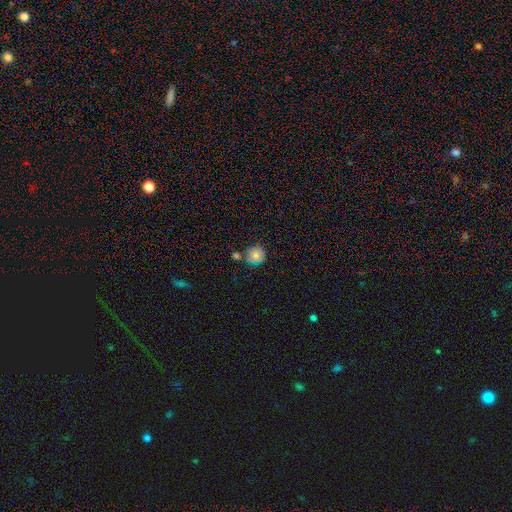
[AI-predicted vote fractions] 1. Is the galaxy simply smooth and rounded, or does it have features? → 80% smooth, 10% star or artifact, 10% featured or disk.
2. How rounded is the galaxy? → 92% round, 7% in between, 1% cigar-shaped.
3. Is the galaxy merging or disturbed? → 68% none, 15% merger, 14% minor disturbance, 4% major disturbance.